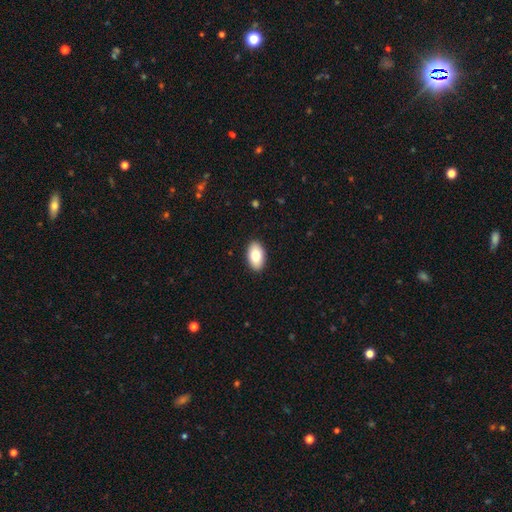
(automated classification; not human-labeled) Smooth or featured?
  - smooth: 81% *
  - featured or disk: 12%
  - star or artifact: 7%
How rounded?
  - in between: 94% *
  - round: 5%
  - cigar-shaped: 2%
Merging?
  - none: 90% *
  - minor disturbance: 7%
  - major disturbance: 2%
  - merger: 1%